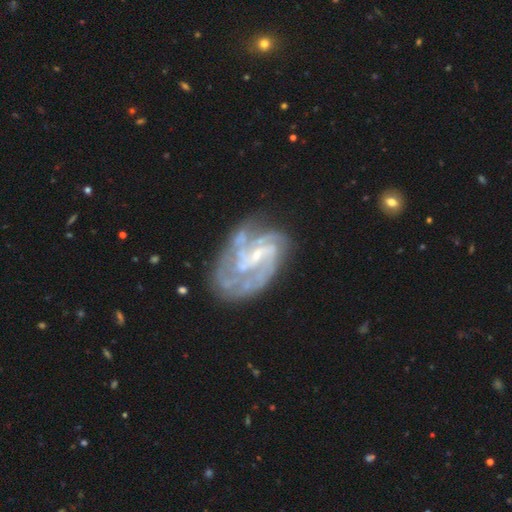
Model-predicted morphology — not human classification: Overall: featured or disk (86%). Edge-on disk: no (98%). Bar: weak (47%; no 36%). Spiral arms: yes (92%). Spiral arm count: can't tell (29%; 3 25%). Spiral winding: medium (44%; tight 40%). Bulge size: small (70%). Merging: none (56%; minor disturbance 22%).